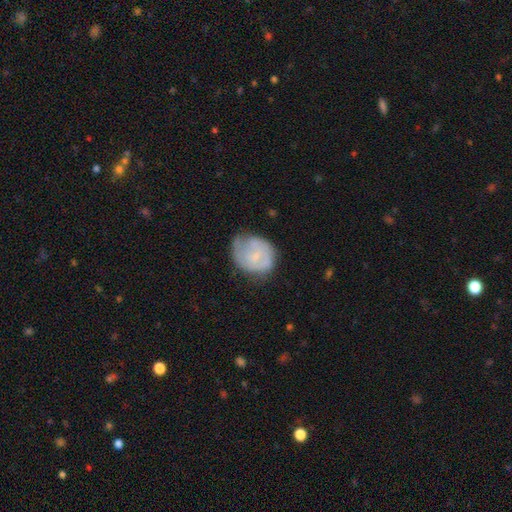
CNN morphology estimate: A featured or disk galaxy (49%).

Vote fractions:
- Smooth or featured? featured or disk: 49% / smooth: 44% / star or artifact: 7%
- Merging? none: 45% / minor disturbance: 36% / major disturbance: 17% / merger: 3%